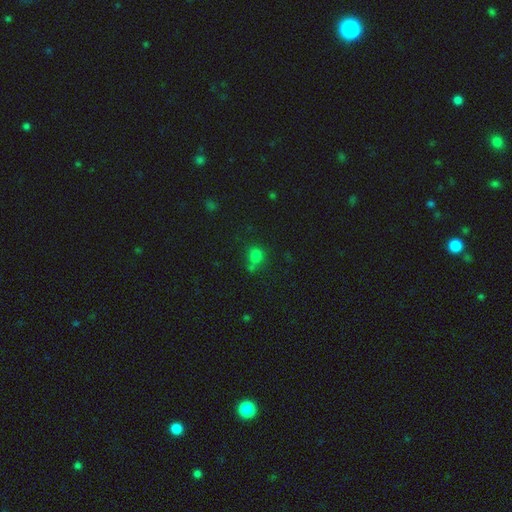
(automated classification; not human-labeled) This appears to be a smooth galaxy with no disk features (71%) that is round (53%). Merging: none (44%).